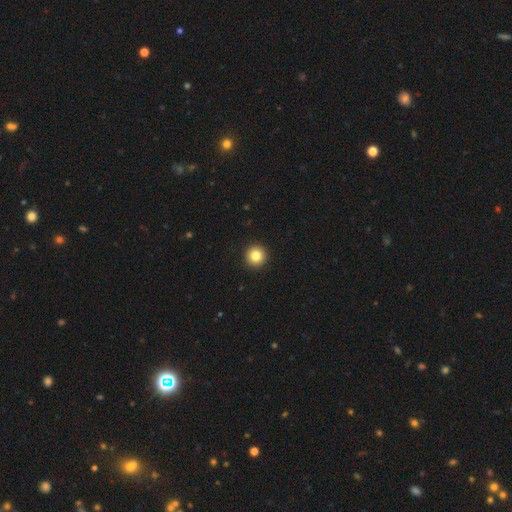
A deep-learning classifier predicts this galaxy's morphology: Smooth or featured: smooth — 84% (star or artifact — 10%)
How rounded: round — 96% (in between — 3%)
Merging: none — 94% (minor disturbance — 4%)